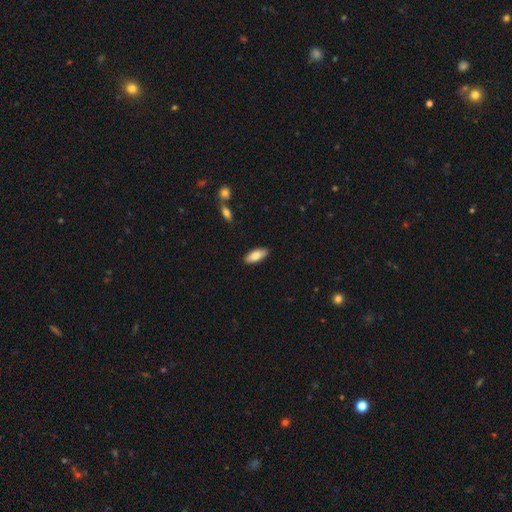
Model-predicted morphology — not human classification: smooth_or_featured: smooth (p=0.81) [alt: featured or disk p=0.13]
how_rounded: in between (p=0.80) [alt: cigar-shaped p=0.18]
merging: none (p=0.88) [alt: minor disturbance p=0.09]